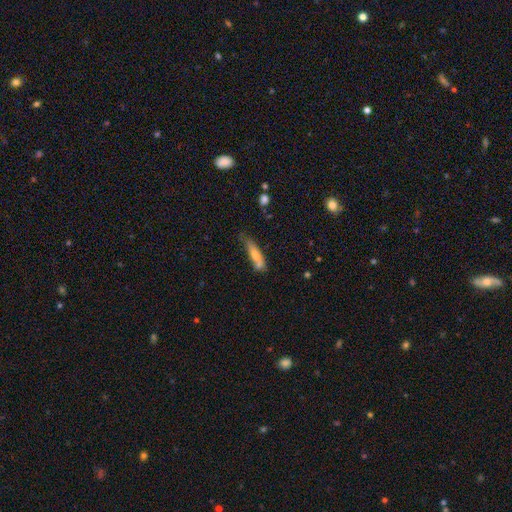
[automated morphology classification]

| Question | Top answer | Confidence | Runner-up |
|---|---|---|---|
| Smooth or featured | smooth | 63% | featured or disk (30%) |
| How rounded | cigar-shaped | 72% | in between (26%) |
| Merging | none | 47% | minor disturbance (28%) |